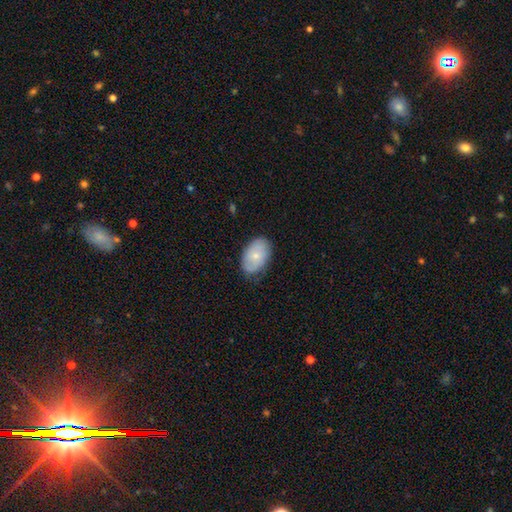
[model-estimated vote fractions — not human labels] smooth_or_featured: smooth (p=0.68) [alt: featured or disk p=0.26]
how_rounded: in between (p=0.90) [alt: round p=0.09]
merging: none (p=0.75) [alt: minor disturbance p=0.20]